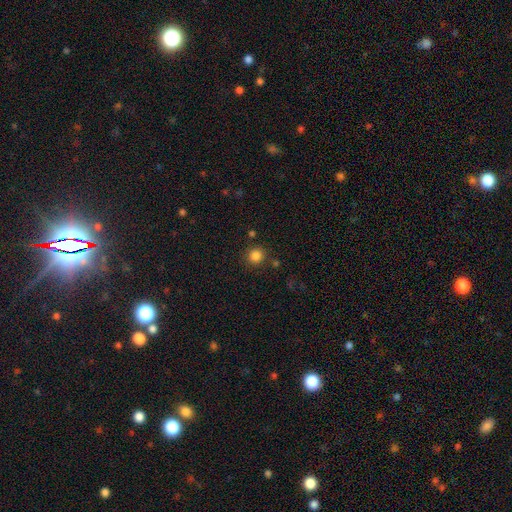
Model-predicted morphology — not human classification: Smooth or featured? smooth (84%)
How rounded? round (93%)
Merging? none (85%)